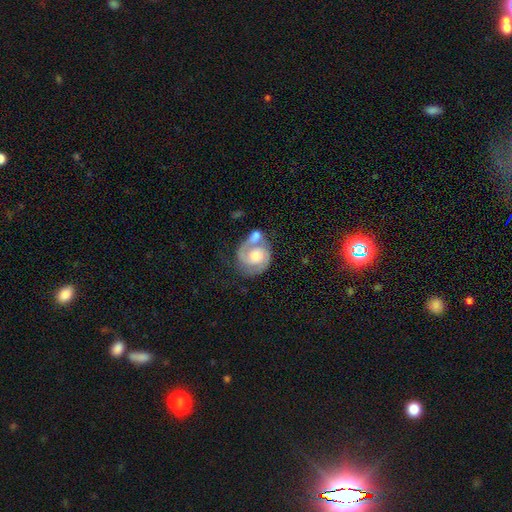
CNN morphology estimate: smooth-or-featured: featured or disk: 81% | smooth: 14% | star or artifact: 5%
  disk-edge-on: no: 98% | yes: 2%
    bar: no: 67% | weak: 27% | strong: 6%
    has-spiral-arms: yes: 94% | no: 6%
      spiral-winding: tight: 51% | medium: 39% | loose: 10%
      spiral-arm-count: 2: 78% | 1: 11% | can't tell: 6% | 3: 2% | 4: 1% | more than 4: 1%
    bulge-size: moderate: 55% | small: 20% | large: 19% | none: 4% | dominant: 2%
  merging: none: 39% | merger: 35% | minor disturbance: 15% | major disturbance: 11%